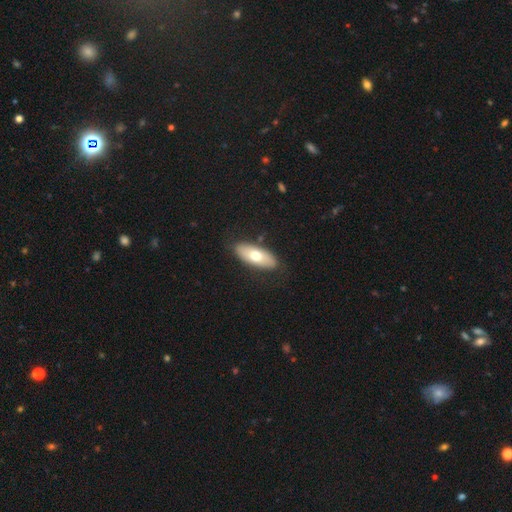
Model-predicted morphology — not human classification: The model was most divided on "smooth or featured": smooth: 66%, featured or disk: 28%, star or artifact: 6%. More confident: merging — none (84%); how rounded — in between (81%).